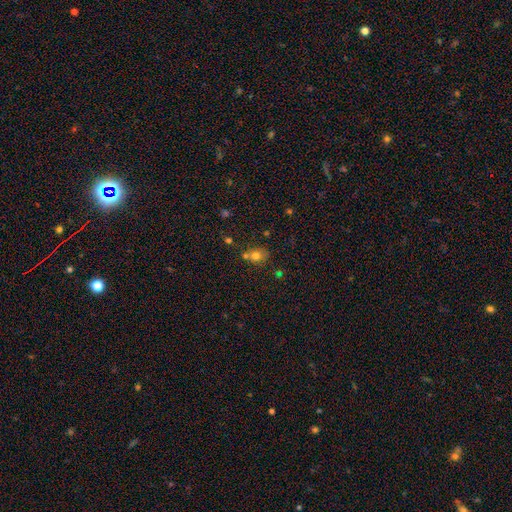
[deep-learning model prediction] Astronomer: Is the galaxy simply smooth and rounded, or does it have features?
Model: smooth — 73%.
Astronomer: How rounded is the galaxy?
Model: round — 66%.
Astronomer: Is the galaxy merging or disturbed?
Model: none — 51% (runner-up: merger, 30%).